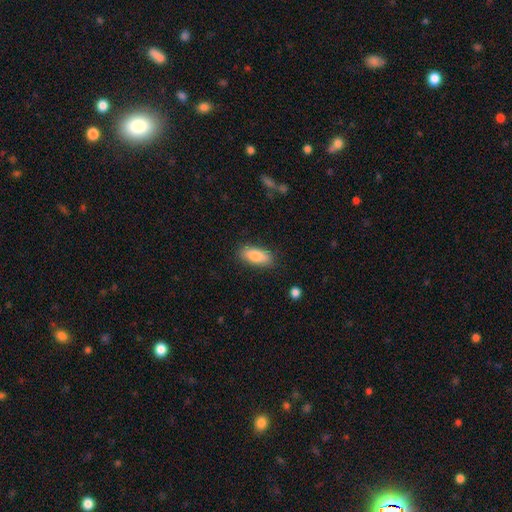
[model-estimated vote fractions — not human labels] This appears to be a smooth galaxy with no disk features (83%) that is in between round and cigar-shaped (78%). Merging: none (85%).